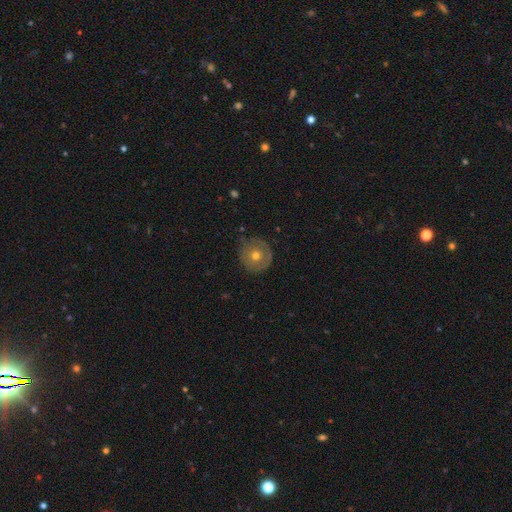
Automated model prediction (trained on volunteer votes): Q: Smooth or featured?
A: smooth (56%); runner-up: featured or disk (35%)
Q: How rounded?
A: round (94%); runner-up: in between (6%)
Q: Merging?
A: none (78%); runner-up: minor disturbance (16%)